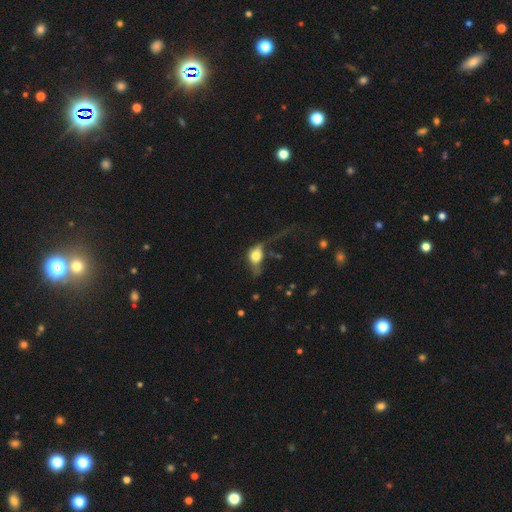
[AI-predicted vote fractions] Smooth or featured: smooth — 59% (featured or disk — 31%)
How rounded: in between — 68% (round — 27%)
Merging: major disturbance — 52% (none — 21%)